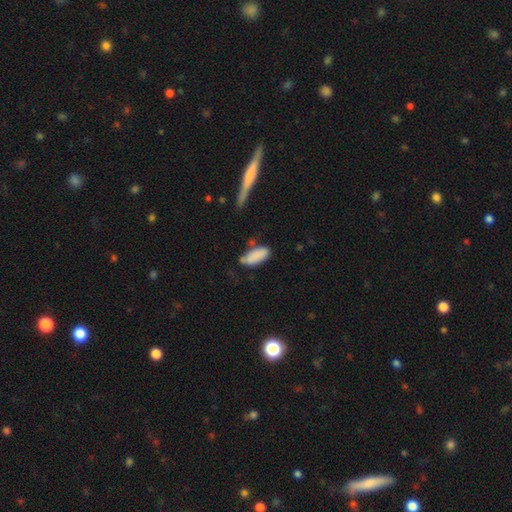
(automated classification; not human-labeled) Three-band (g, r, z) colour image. It shows a smooth galaxy with no disk features (84%) that is in between round and cigar-shaped (84%). Merging: none (57%).